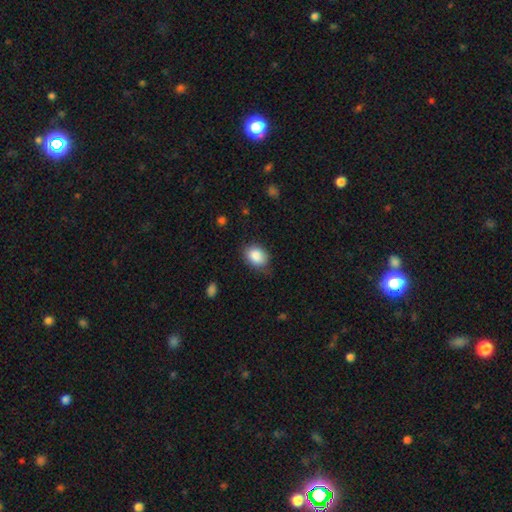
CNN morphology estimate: Smooth or featured?
  - smooth: 87% *
  - star or artifact: 8%
  - featured or disk: 6%
How rounded?
  - in between: 65% *
  - round: 34%
  - cigar-shaped: 1%
Merging?
  - none: 70% *
  - minor disturbance: 24%
  - major disturbance: 5%
  - merger: 1%